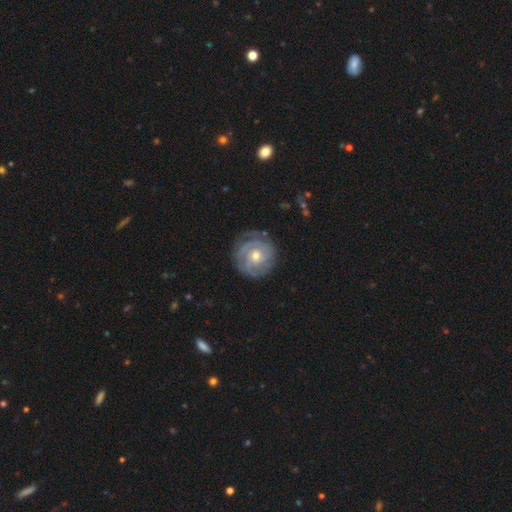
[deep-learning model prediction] Q: Smooth or featured?
A: featured or disk (82%); runner-up: smooth (13%)
Q: Edge-on disk?
A: no (98%); runner-up: yes (2%)
Q: Bar?
A: no (72%); runner-up: weak (24%)
Q: Spiral arms?
A: yes (93%); runner-up: no (7%)
Q: Spiral winding?
A: tight (72%); runner-up: medium (22%)
Q: Spiral arm count?
A: can't tell (31%); runner-up: 3 (26%)
Q: Bulge size?
A: moderate (59%); runner-up: small (37%)
Q: Merging?
A: none (75%); runner-up: minor disturbance (17%)